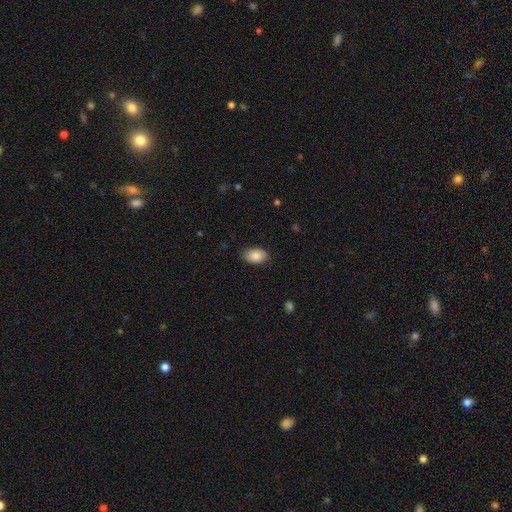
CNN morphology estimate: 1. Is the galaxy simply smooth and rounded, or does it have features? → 87% smooth, 7% star or artifact, 6% featured or disk.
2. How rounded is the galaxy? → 89% in between, 10% round, 1% cigar-shaped.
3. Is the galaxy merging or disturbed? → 83% none, 13% minor disturbance, 3% major disturbance, 1% merger.